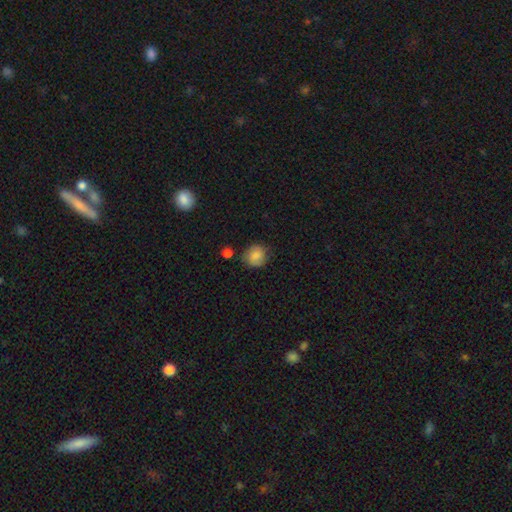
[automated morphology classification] This is clearly a smooth galaxy (81%). How rounded: clearly round (84%). Merging: likely none (76%).